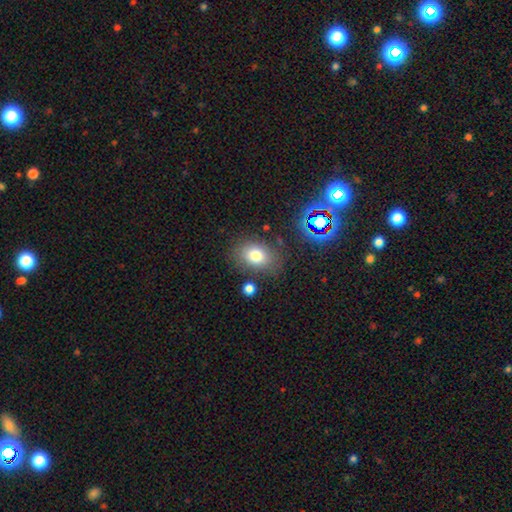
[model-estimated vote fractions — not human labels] A smooth galaxy with no disk features (77%) that is in between round and cigar-shaped (67%). Merging: none (77%).